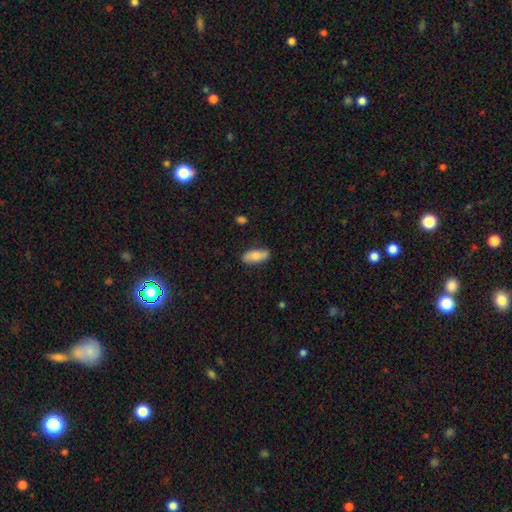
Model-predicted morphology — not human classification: Smooth or featured? Predicted: smooth (p=0.73). How rounded? Predicted: in between (p=0.82). Merging? Predicted: none (p=0.81).